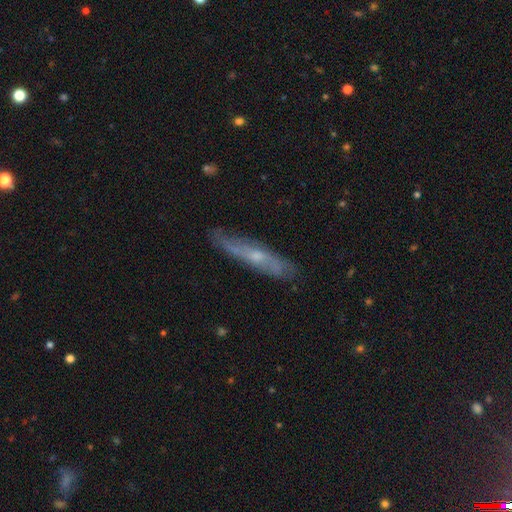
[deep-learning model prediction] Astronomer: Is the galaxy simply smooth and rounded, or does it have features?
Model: featured or disk — 63%.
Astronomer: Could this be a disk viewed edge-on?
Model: yes — 61% (runner-up: no, 39%).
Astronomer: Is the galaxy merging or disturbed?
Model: none — 77%.